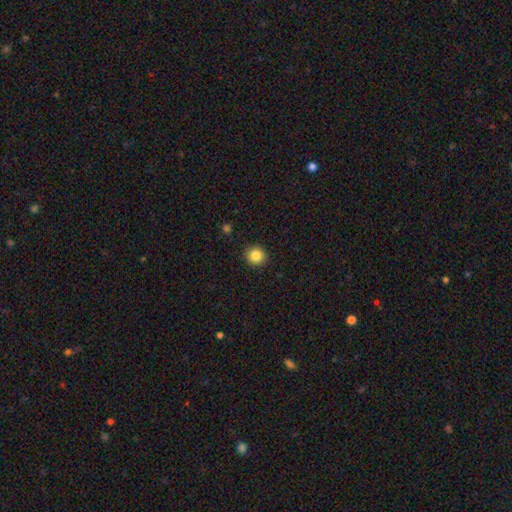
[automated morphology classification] Smooth or featured: smooth — 85% (star or artifact — 10%)
How rounded: round — 91% (in between — 8%)
Merging: none — 92% (minor disturbance — 6%)